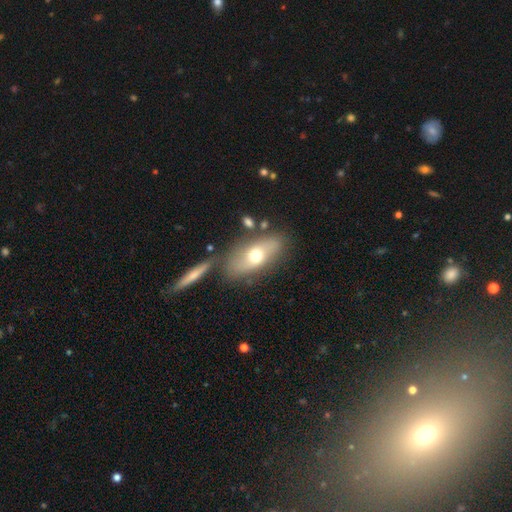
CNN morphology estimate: smooth_or_featured: smooth (p=0.58) [alt: featured or disk p=0.34]
how_rounded: in between (p=0.83) [alt: cigar-shaped p=0.10]
merging: none (p=0.68) [alt: minor disturbance p=0.15]